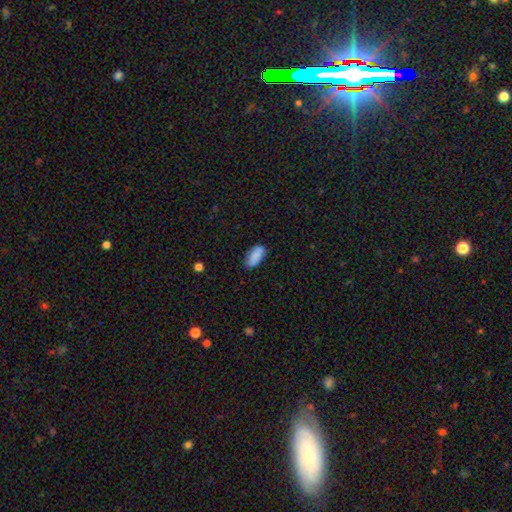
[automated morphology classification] Smooth or featured? Predicted: smooth (p=0.87). How rounded? Predicted: in between (p=0.87). Merging? Predicted: none (p=0.82).